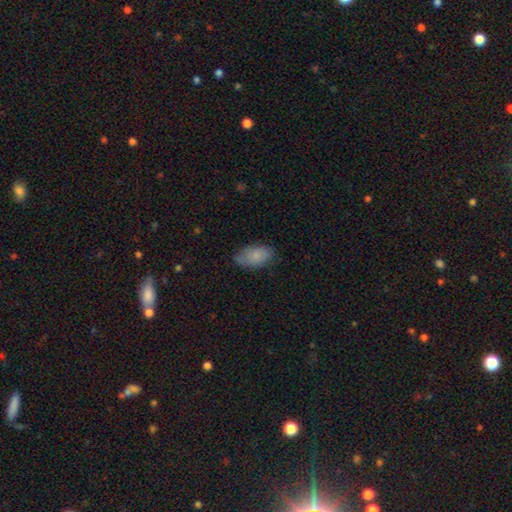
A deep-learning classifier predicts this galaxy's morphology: type=smooth (83%); roundness=in between (93%); merging=none (73%).